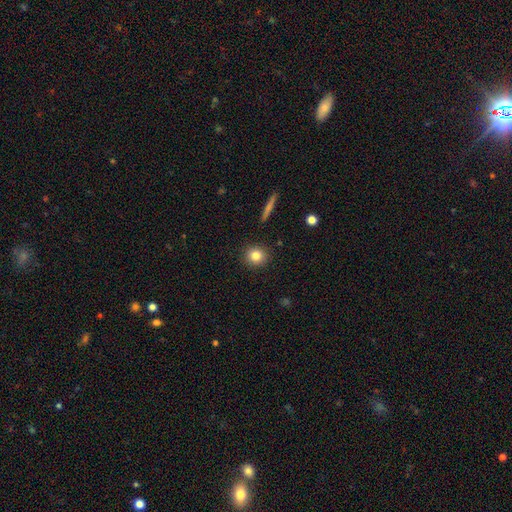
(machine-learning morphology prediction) Smooth or featured? Predicted: smooth (p=0.81). How rounded? Predicted: round (p=0.90). Merging? Predicted: none (p=0.91).